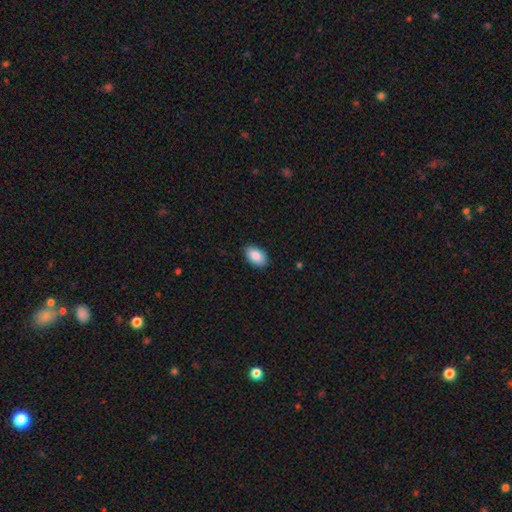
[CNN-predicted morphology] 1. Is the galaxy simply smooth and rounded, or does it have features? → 88% smooth, 6% star or artifact, 6% featured or disk.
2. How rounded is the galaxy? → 93% in between, 6% round, 1% cigar-shaped.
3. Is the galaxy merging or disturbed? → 87% none, 10% minor disturbance, 2% major disturbance, 1% merger.